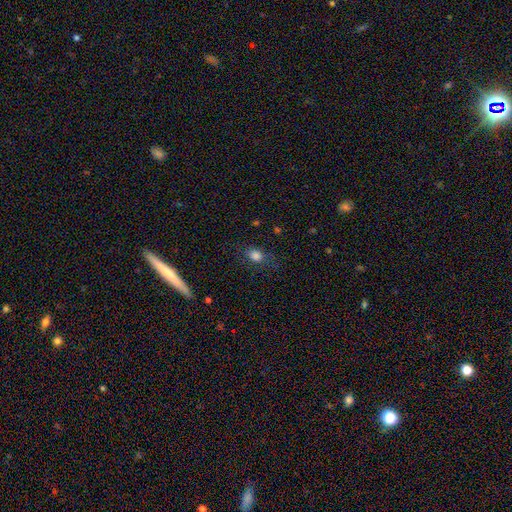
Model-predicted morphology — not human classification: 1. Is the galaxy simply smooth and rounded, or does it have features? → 80% smooth, 12% star or artifact, 8% featured or disk.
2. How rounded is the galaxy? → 66% in between, 31% round, 3% cigar-shaped.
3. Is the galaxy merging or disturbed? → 69% none, 19% minor disturbance, 10% major disturbance, 2% merger.